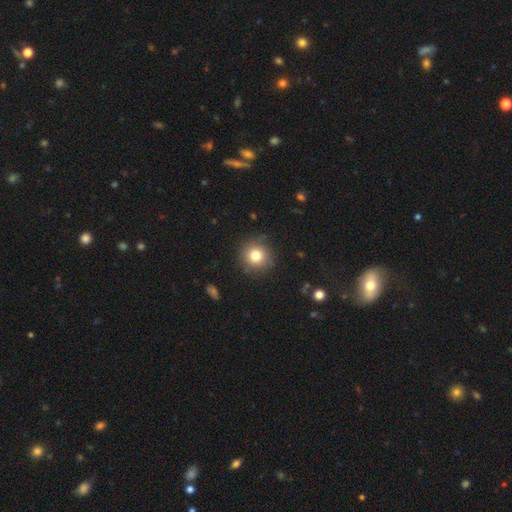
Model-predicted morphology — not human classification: Smooth or featured: smooth — 79% (star or artifact — 12%)
How rounded: round — 94% (in between — 5%)
Merging: none — 87% (minor disturbance — 9%)